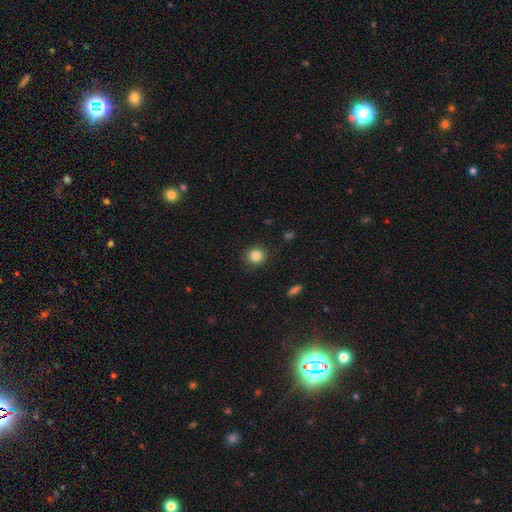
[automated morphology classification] Q: Smooth or featured?
A: smooth (83%); runner-up: star or artifact (11%)
Q: How rounded?
A: round (88%); runner-up: in between (11%)
Q: Merging?
A: none (89%); runner-up: minor disturbance (8%)